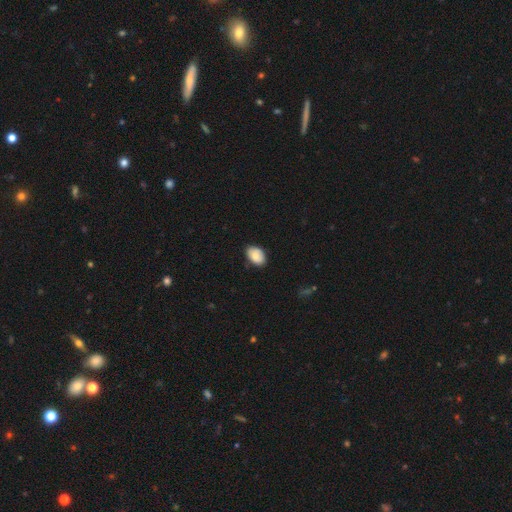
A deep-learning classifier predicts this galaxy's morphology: smooth 82%, featured or disk 11%, star or artifact 7%. Down the decision tree: how rounded — in between (88%); merging — none (79%).